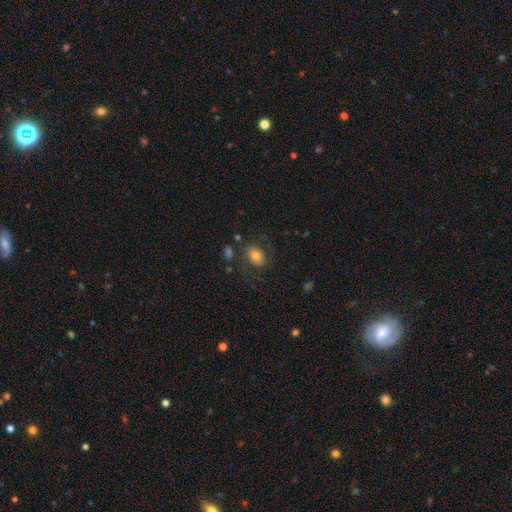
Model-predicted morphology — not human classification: This appears to be a smooth galaxy with no disk features (74%) that is in between round and cigar-shaped (74%). Merging: none (72%).